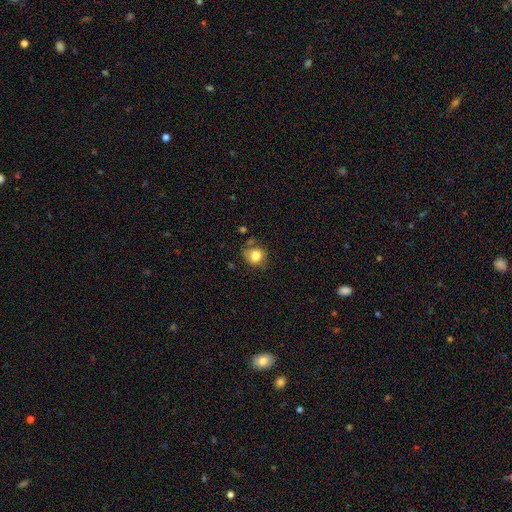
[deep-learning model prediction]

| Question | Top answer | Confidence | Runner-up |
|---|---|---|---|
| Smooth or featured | smooth | 82% | star or artifact (10%) |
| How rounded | round | 82% | in between (17%) |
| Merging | none | 70% | minor disturbance (19%) |